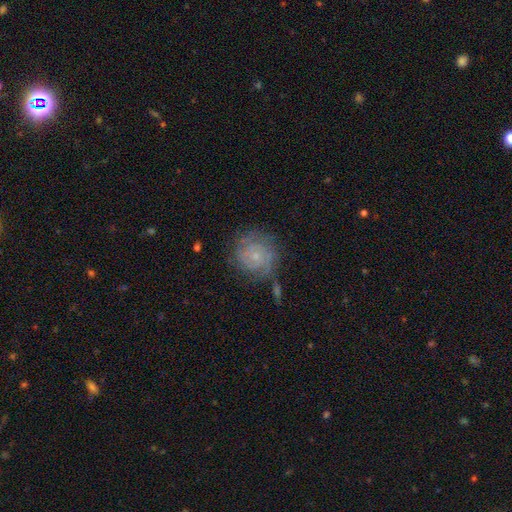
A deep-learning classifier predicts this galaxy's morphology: type=featured or disk (71%); edge-on=no (98%); bar=no (76%); spiral arms=yes (91%); winding=tight (72%); arm count=2 (34%); bulge=small (75%); merging=none (68%).